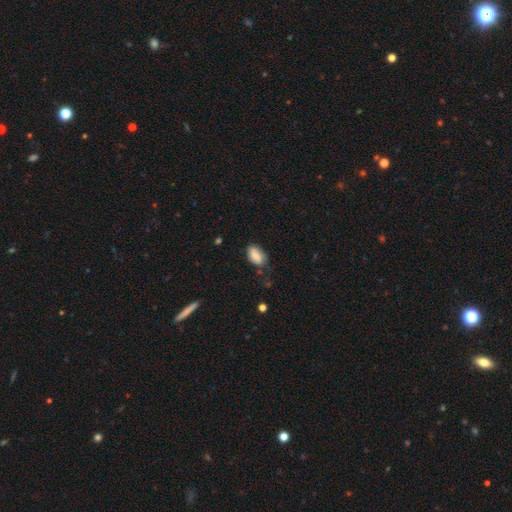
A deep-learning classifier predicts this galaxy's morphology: This is likely a smooth galaxy (73%). How rounded: clearly in between (89%). Merging: likely none (62%).